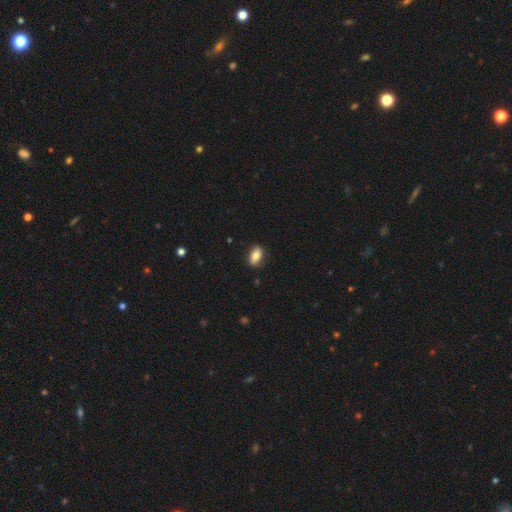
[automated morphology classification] Smooth or featured?
  - smooth: 77% *
  - featured or disk: 15%
  - star or artifact: 7%
How rounded?
  - in between: 89% *
  - round: 8%
  - cigar-shaped: 3%
Merging?
  - none: 83% *
  - minor disturbance: 13%
  - major disturbance: 3%
  - merger: 1%